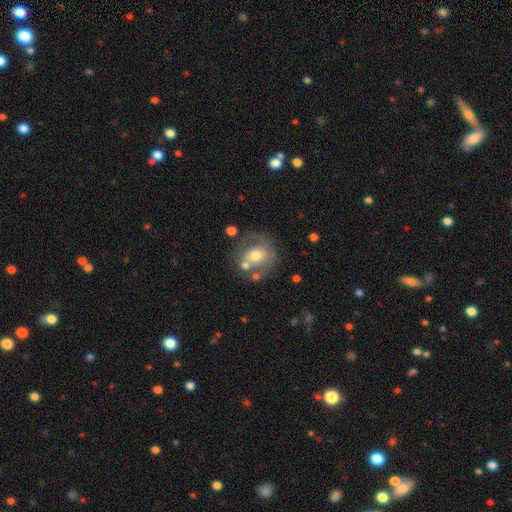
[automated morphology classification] Smooth or featured? smooth (49%)
Merging? none (57%)